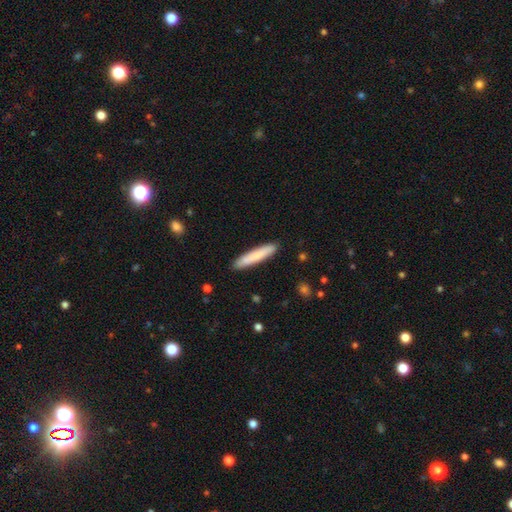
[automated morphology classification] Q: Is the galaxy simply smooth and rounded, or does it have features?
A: smooth — 77%.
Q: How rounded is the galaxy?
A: cigar-shaped — 92%.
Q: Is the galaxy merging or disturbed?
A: none — 89%.